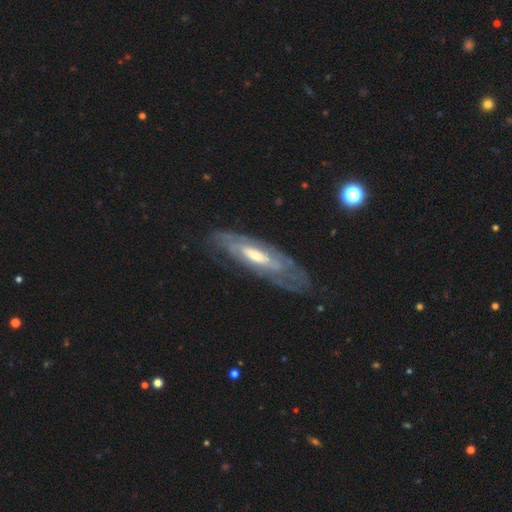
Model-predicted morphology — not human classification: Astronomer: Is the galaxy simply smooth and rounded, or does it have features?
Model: featured or disk — 78%.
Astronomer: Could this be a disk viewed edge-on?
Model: no — 73%.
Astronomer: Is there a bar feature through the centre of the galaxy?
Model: no — 43% (runner-up: weak, 39%).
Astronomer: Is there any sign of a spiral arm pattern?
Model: yes — 76%.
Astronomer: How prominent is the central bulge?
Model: moderate — 58%.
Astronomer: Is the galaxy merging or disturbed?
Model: none — 75%.